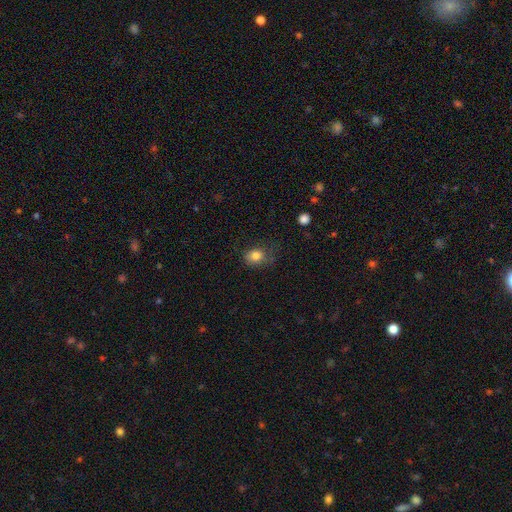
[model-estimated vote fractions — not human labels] This appears to be a smooth galaxy with no disk features (82%) that is in between round and cigar-shaped (50%). Merging: none (57%).